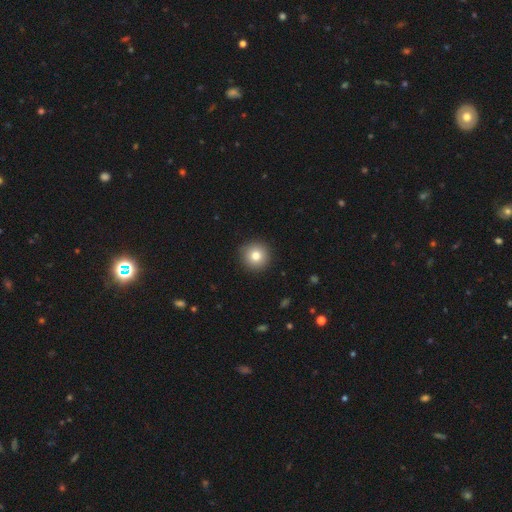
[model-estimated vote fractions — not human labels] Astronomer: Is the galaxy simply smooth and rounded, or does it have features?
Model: smooth — 79%.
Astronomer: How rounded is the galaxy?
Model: round — 95%.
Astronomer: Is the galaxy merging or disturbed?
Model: none — 92%.